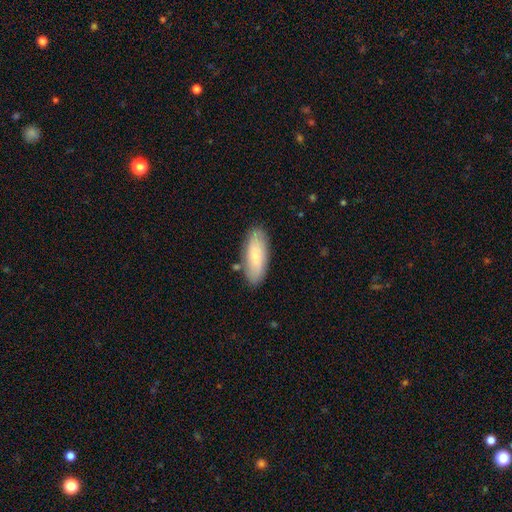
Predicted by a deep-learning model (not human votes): Smooth or featured?
  - smooth: 69% *
  - featured or disk: 25%
  - star or artifact: 6%
How rounded?
  - in between: 69% *
  - cigar-shaped: 29%
  - round: 2%
Merging?
  - none: 82% *
  - minor disturbance: 13%
  - merger: 3%
  - major disturbance: 3%